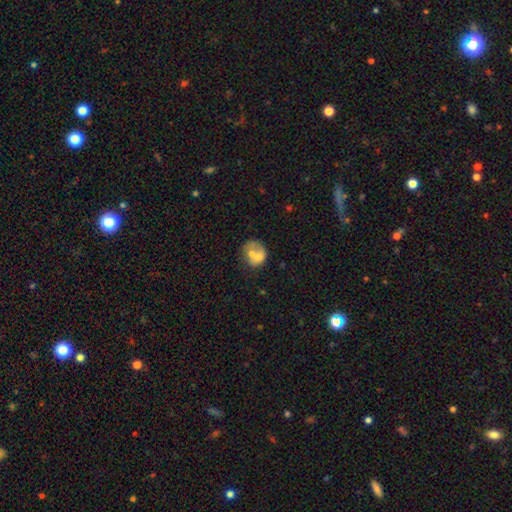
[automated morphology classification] This is possibly a smooth galaxy (58%). How rounded: likely round (63%). Merging: possibly merger (53%).